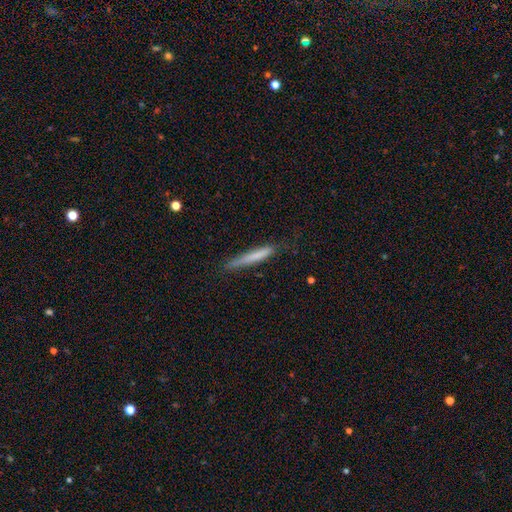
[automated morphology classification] A smooth galaxy with no disk features (69%) that is cigar-shaped (95%). Merging: none (74%).